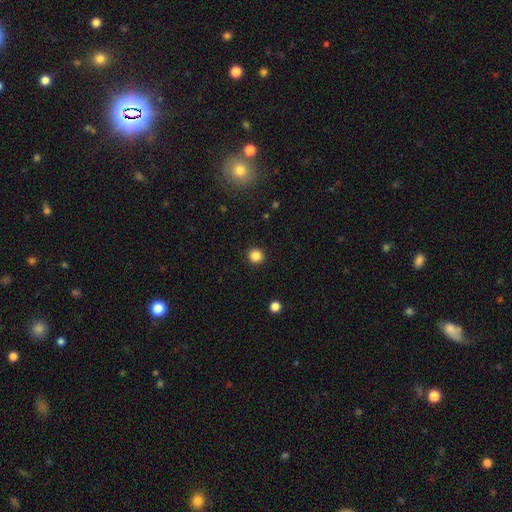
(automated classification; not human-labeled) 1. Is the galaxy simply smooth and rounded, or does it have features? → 85% smooth, 11% star or artifact, 3% featured or disk.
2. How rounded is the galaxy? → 94% round, 5% in between, 1% cigar-shaped.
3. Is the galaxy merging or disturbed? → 93% none, 4% minor disturbance, 2% major disturbance, 1% merger.